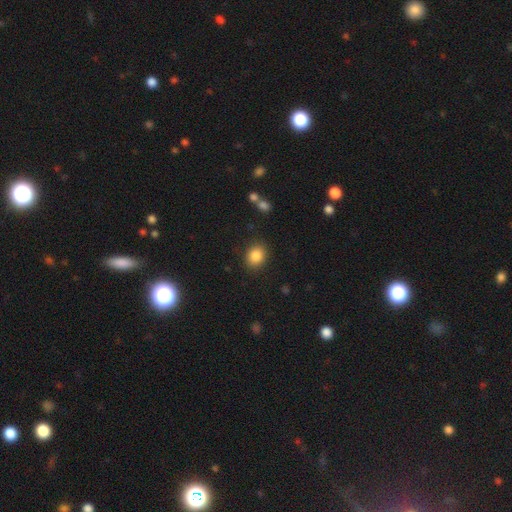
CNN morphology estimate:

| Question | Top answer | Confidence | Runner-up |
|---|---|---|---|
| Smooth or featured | smooth | 86% | star or artifact (9%) |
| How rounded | round | 56% | in between (43%) |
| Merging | none | 87% | minor disturbance (9%) |